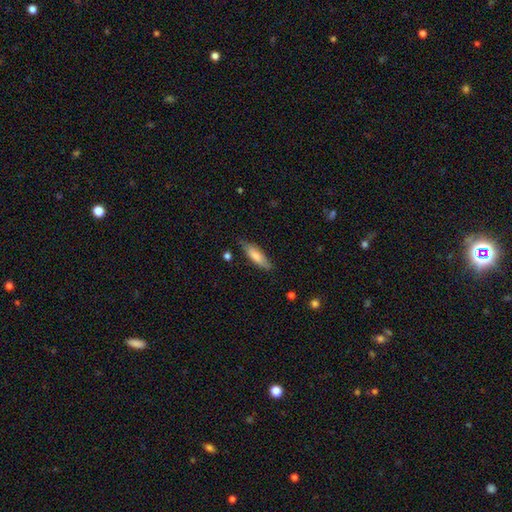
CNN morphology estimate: type=smooth (73%); roundness=cigar-shaped (55%); merging=none (78%).